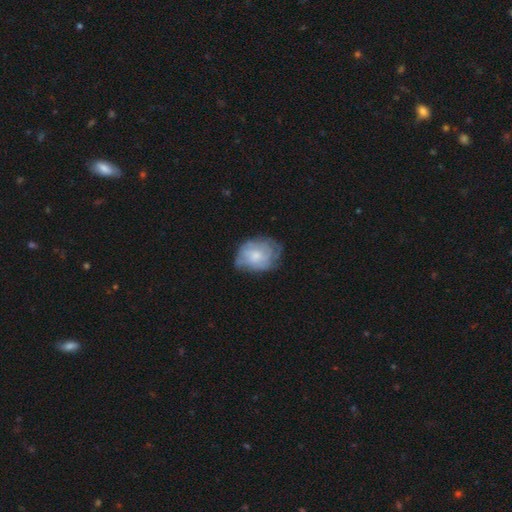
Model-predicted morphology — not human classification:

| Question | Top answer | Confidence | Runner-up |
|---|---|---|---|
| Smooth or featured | featured or disk | 48% | smooth (44%) |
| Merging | none | 53% | minor disturbance (30%) |